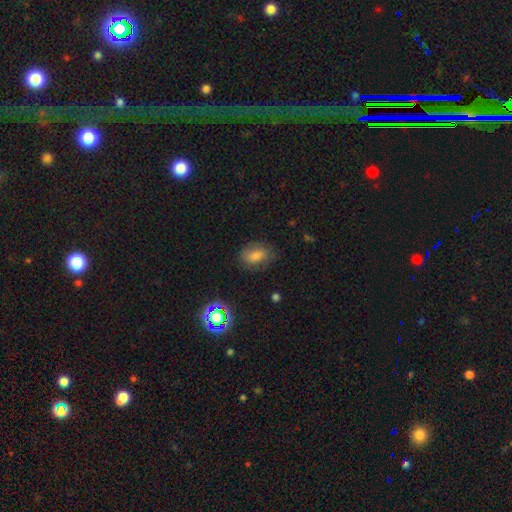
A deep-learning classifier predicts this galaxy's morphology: A smooth galaxy with no disk features (70%) that is in between round and cigar-shaped (79%). Merging: none (77%).